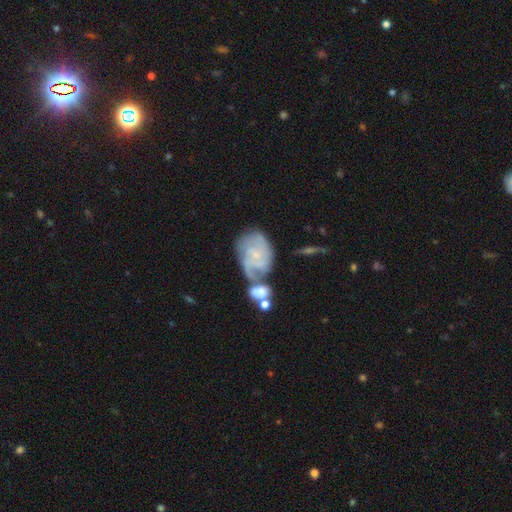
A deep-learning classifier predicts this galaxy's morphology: Q: Smooth or featured?
A: featured or disk (71%); runner-up: smooth (21%)
Q: Edge-on disk?
A: no (97%); runner-up: yes (3%)
Q: Bar?
A: no (68%); runner-up: weak (27%)
Q: Spiral arms?
A: yes (85%); runner-up: no (15%)
Q: Spiral winding?
A: tight (45%); runner-up: medium (37%)
Q: Spiral arm count?
A: can't tell (38%); runner-up: 2 (23%)
Q: Bulge size?
A: small (71%); runner-up: none (13%)
Q: Merging?
A: merger (36%); runner-up: none (30%)